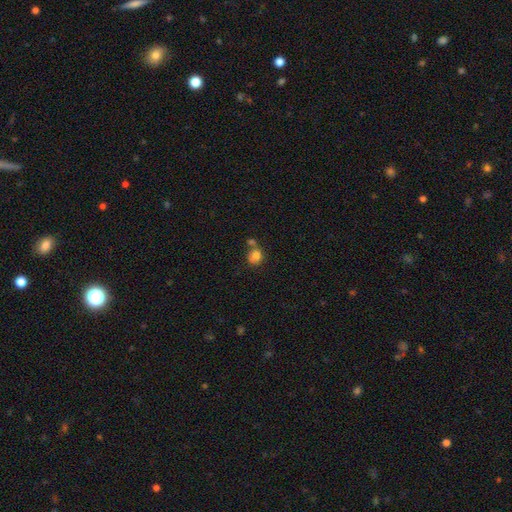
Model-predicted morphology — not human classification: A smooth galaxy with no disk features (80%) that is round (77%).

Vote fractions:
- Smooth or featured? smooth: 80% / star or artifact: 10% / featured or disk: 9%
- How rounded? round: 77% / in between: 22% / cigar-shaped: 1%
- Merging? none: 50% / merger: 30% / minor disturbance: 15% / major disturbance: 5%